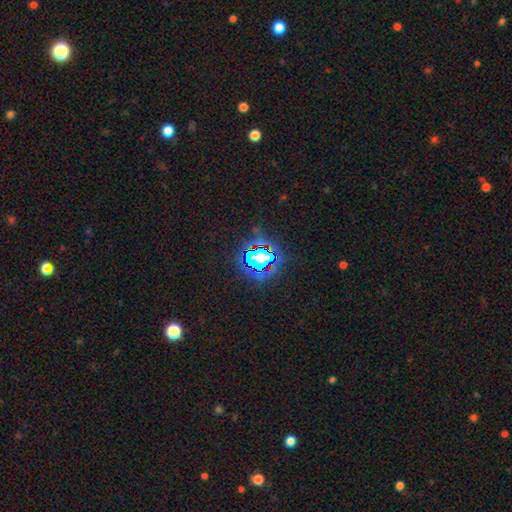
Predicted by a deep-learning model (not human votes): smooth_or_featured: star or artifact (p=0.64) [alt: smooth p=0.23]